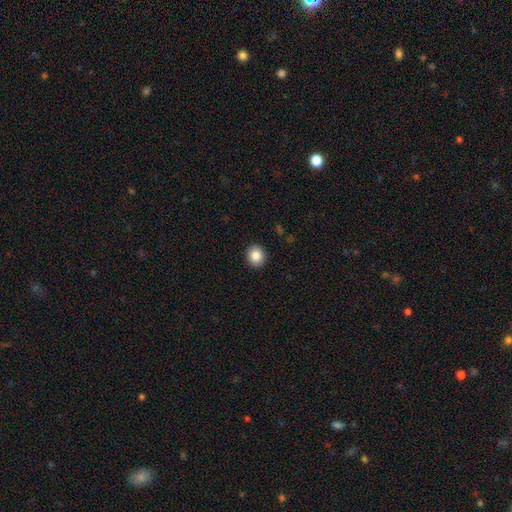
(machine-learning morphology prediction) Overall: smooth (85%). How rounded: round (82%). Merging: none (92%).